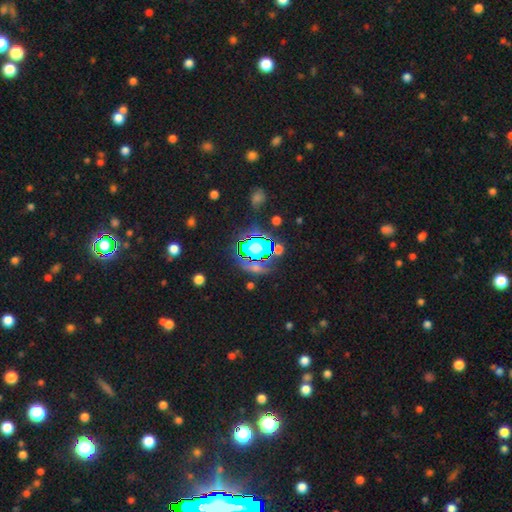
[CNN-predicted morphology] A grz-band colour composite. It shows a star or artifact, not a galaxy (77%).